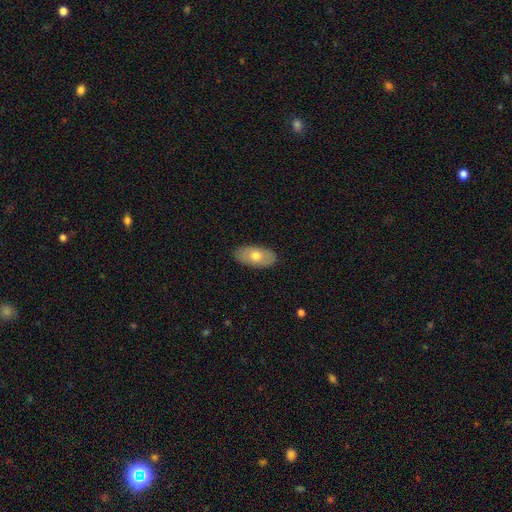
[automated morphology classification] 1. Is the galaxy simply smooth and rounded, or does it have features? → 65% smooth, 29% featured or disk, 6% star or artifact.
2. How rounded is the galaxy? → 93% in between, 4% round, 3% cigar-shaped.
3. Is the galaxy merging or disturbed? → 86% none, 10% minor disturbance, 2% major disturbance, 1% merger.